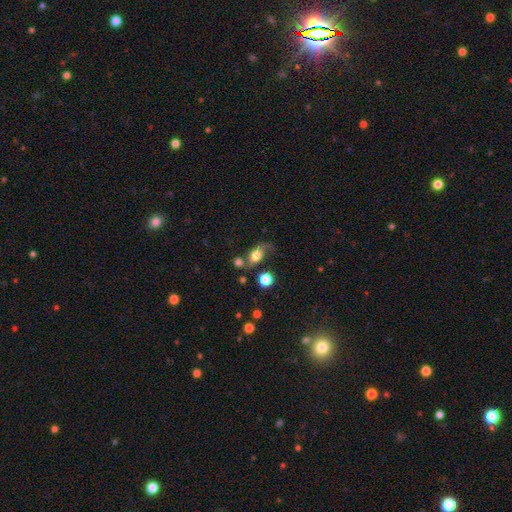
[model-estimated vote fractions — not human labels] smooth 67%, featured or disk 22%, star or artifact 10%. Down the decision tree: how rounded — in between (74%); merging — none (46%).